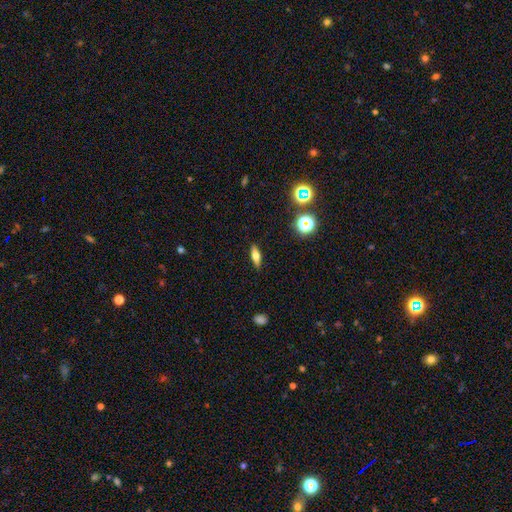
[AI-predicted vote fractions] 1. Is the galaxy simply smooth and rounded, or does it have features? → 52% smooth, 36% featured or disk, 12% star or artifact.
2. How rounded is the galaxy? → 49% in between, 46% cigar-shaped, 5% round.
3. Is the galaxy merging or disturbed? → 89% none, 8% minor disturbance, 2% major disturbance, 1% merger.